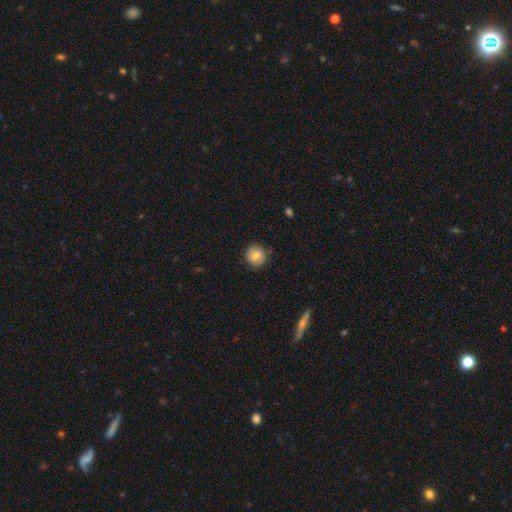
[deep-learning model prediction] smooth_or_featured: smooth (p=0.73) [alt: featured or disk p=0.19]
how_rounded: round (p=0.90) [alt: in between p=0.09]
merging: none (p=0.83) [alt: minor disturbance p=0.13]